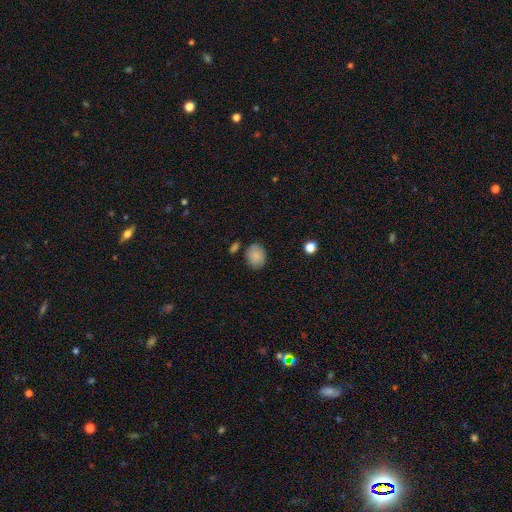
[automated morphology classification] This is clearly a smooth galaxy (87%). How rounded: possibly in between (59%). Merging: likely none (77%).